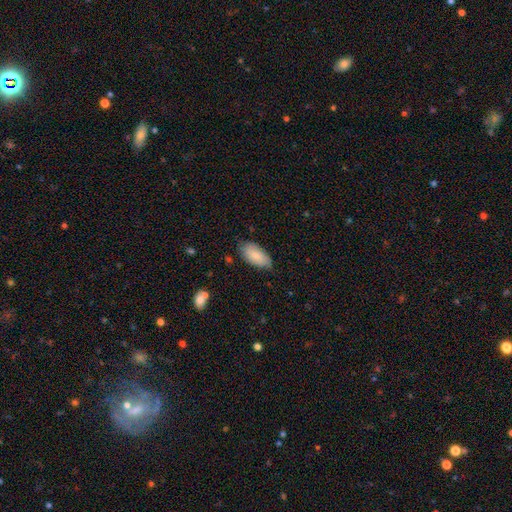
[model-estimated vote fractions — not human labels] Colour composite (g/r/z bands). It shows a smooth galaxy with no disk features (83%) that is in between round and cigar-shaped (92%). Merging: none (75%).